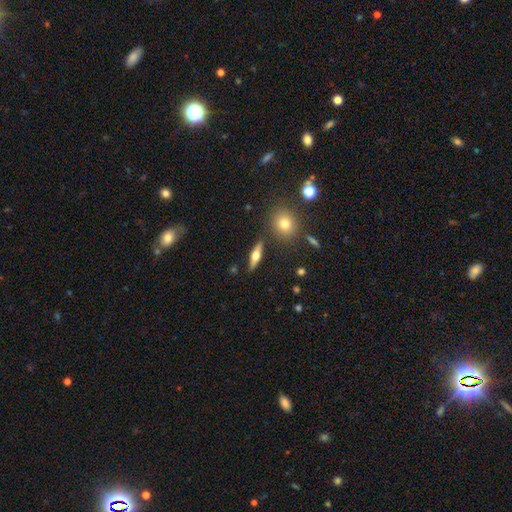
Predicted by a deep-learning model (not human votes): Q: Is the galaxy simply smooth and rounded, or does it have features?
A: featured or disk — 55%.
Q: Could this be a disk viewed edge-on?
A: yes — 93%.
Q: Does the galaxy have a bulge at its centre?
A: rounded — 93%.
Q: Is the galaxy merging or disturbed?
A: none — 85%.